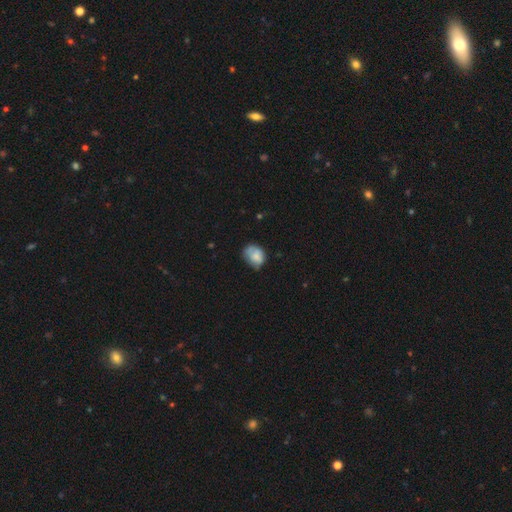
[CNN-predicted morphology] A smooth galaxy with no disk features (70%) that is in between round and cigar-shaped (59%).

Vote fractions:
- Smooth or featured? smooth: 70% / featured or disk: 22% / star or artifact: 8%
- How rounded? in between: 59% / round: 40% / cigar-shaped: 1%
- Merging? none: 45% / minor disturbance: 38% / major disturbance: 13% / merger: 4%